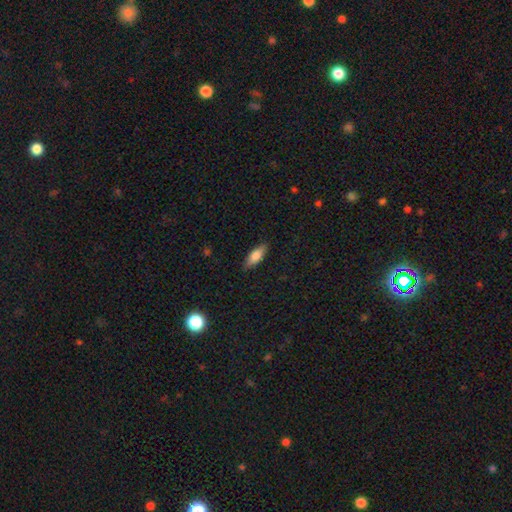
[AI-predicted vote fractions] Smooth or featured?
  - smooth: 75% *
  - featured or disk: 18%
  - star or artifact: 7%
How rounded?
  - in between: 63% *
  - cigar-shaped: 34%
  - round: 2%
Merging?
  - none: 86% *
  - minor disturbance: 11%
  - major disturbance: 2%
  - merger: 1%